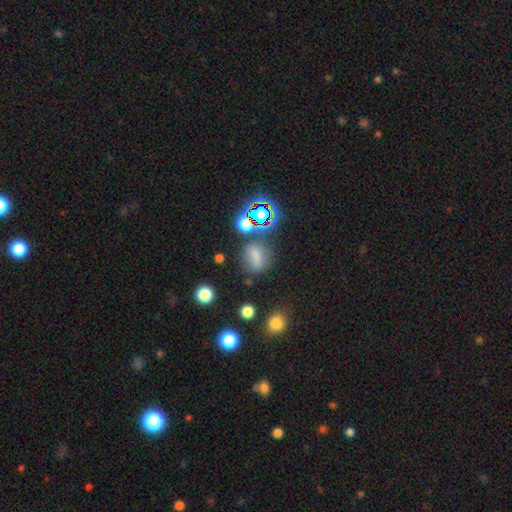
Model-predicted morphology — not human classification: This is likely a smooth galaxy (64%). How rounded: possibly in between (50%). Merging: likely none (63%).